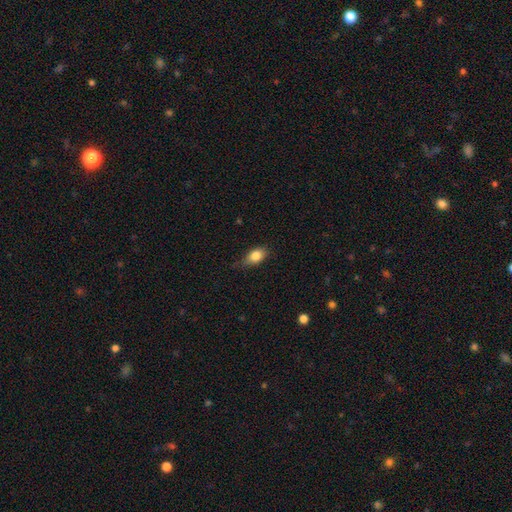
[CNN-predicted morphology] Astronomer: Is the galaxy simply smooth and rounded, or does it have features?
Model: smooth — 82%.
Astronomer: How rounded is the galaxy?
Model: in between — 81%.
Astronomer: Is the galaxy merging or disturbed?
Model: none — 67%.